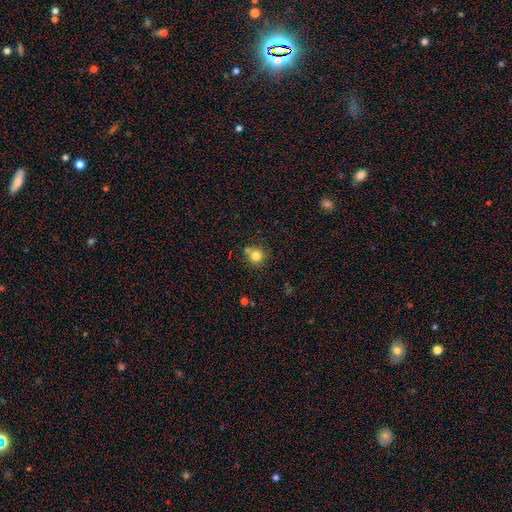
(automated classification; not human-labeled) Smooth or featured: smooth — 80% (star or artifact — 12%)
How rounded: round — 91% (in between — 8%)
Merging: none — 68% (merger — 18%)